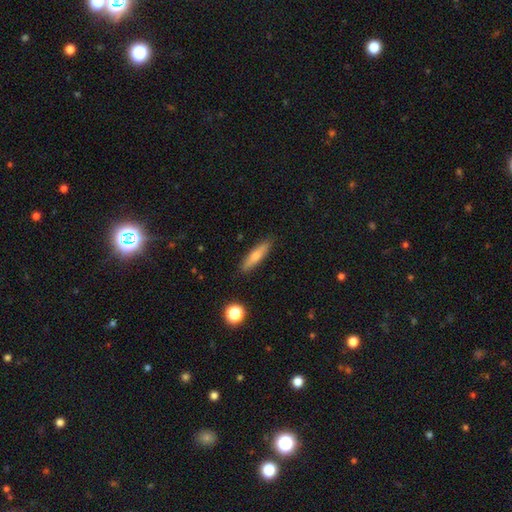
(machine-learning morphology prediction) A smooth galaxy with no disk features (69%) that is cigar-shaped (80%).

Vote fractions:
- Smooth or featured? smooth: 69% / featured or disk: 24% / star or artifact: 7%
- How rounded? cigar-shaped: 80% / in between: 18% / round: 2%
- Merging? none: 87% / minor disturbance: 9% / major disturbance: 2% / merger: 2%